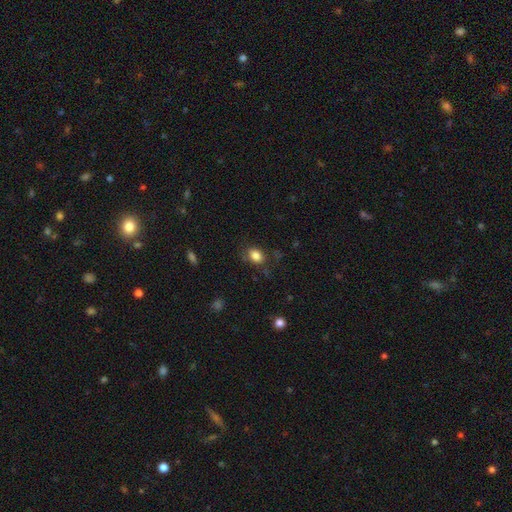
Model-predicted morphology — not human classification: Smooth or featured: smooth — 84% (star or artifact — 10%)
How rounded: in between — 60% (round — 39%)
Merging: none — 74% (minor disturbance — 18%)